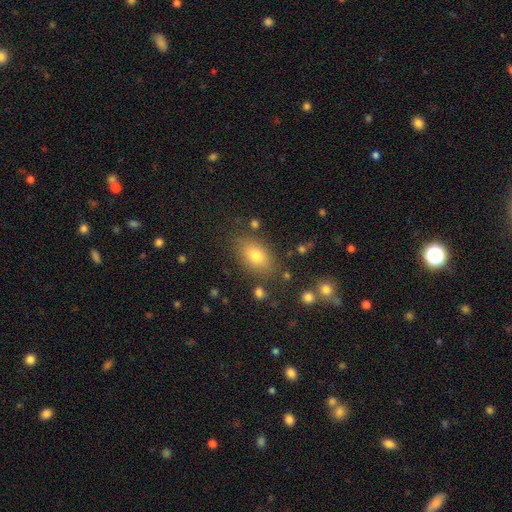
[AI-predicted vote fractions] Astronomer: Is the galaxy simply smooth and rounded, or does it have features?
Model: smooth — 78%.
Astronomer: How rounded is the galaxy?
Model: in between — 85%.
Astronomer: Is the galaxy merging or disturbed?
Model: none — 79%.